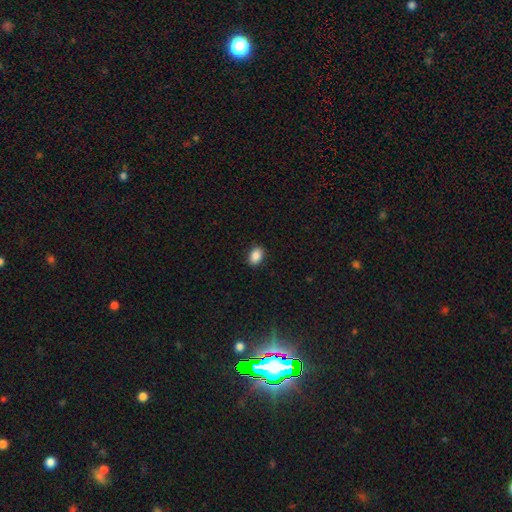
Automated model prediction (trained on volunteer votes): A smooth galaxy with no disk features (88%) that is in between round and cigar-shaped (82%). Merging: none (90%).